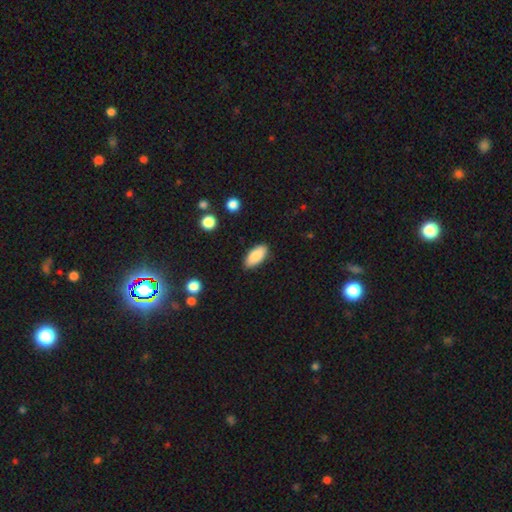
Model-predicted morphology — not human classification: A smooth galaxy with no disk features (87%) that is in between round and cigar-shaped (89%).

Vote fractions:
- Smooth or featured? smooth: 87% / featured or disk: 7% / star or artifact: 6%
- How rounded? in between: 89% / cigar-shaped: 9% / round: 2%
- Merging? none: 87% / minor disturbance: 9% / major disturbance: 2% / merger: 1%